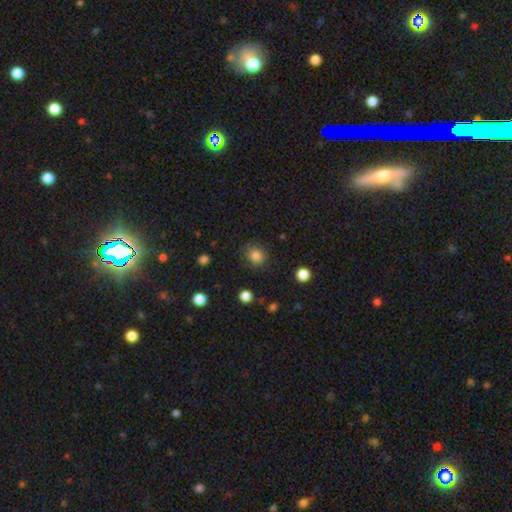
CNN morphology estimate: The model was most divided on "how rounded": round: 83%, in between: 16%, cigar-shaped: 1%. More confident: merging — none (84%); smooth or featured — smooth (84%).